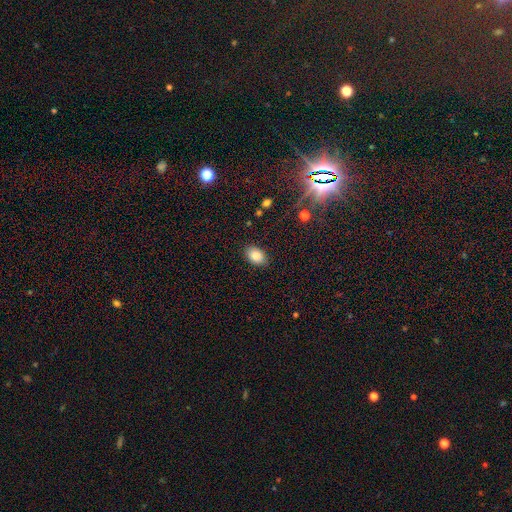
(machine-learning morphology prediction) A smooth galaxy with no disk features (86%) that is in between round and cigar-shaped (84%).

Vote fractions:
- Smooth or featured? smooth: 86% / star or artifact: 9% / featured or disk: 5%
- How rounded? in between: 84% / round: 15% / cigar-shaped: 1%
- Merging? none: 87% / minor disturbance: 9% / major disturbance: 2% / merger: 1%